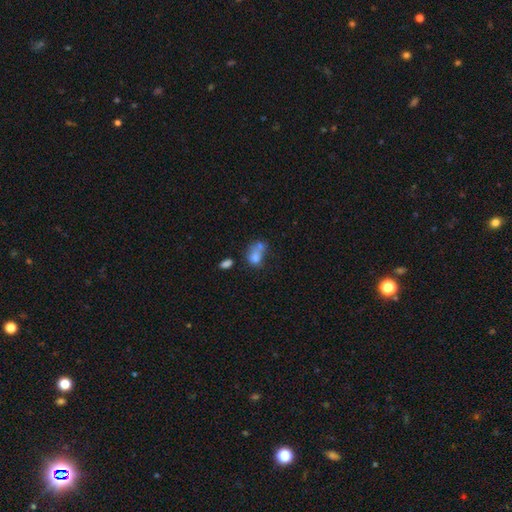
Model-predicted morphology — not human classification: Smooth or featured?
  - smooth: 70% *
  - featured or disk: 18%
  - star or artifact: 12%
How rounded?
  - in between: 61% *
  - round: 38%
  - cigar-shaped: 2%
Merging?
  - merger: 55% *
  - none: 22%
  - minor disturbance: 12%
  - major disturbance: 10%